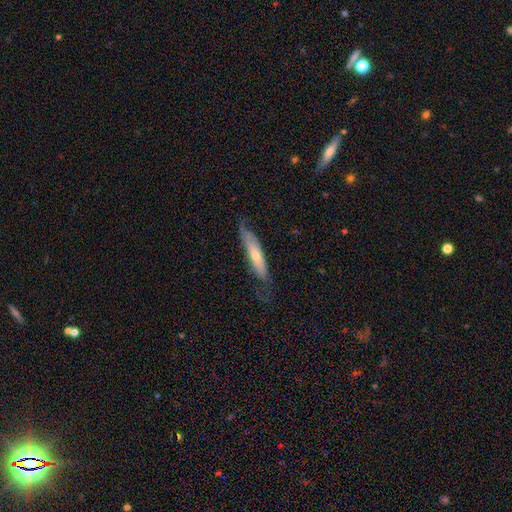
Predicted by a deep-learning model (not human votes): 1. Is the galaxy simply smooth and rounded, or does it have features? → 52% smooth, 42% featured or disk, 6% star or artifact.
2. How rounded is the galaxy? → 79% cigar-shaped, 19% in between, 2% round.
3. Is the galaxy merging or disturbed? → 66% none, 24% minor disturbance, 9% major disturbance, 1% merger.